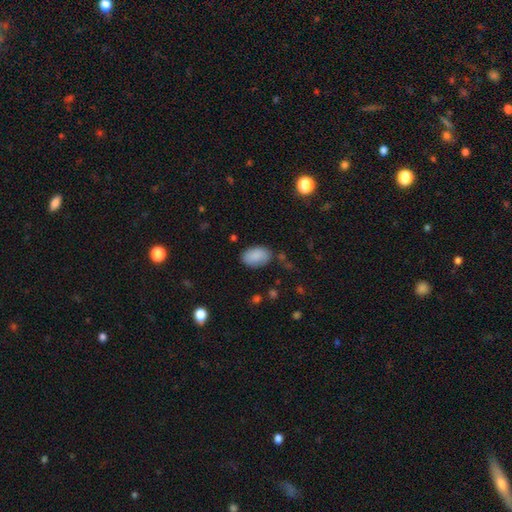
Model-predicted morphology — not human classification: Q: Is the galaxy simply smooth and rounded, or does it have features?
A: smooth — 88%.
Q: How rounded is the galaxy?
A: in between — 89%.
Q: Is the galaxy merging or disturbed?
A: none — 77%.